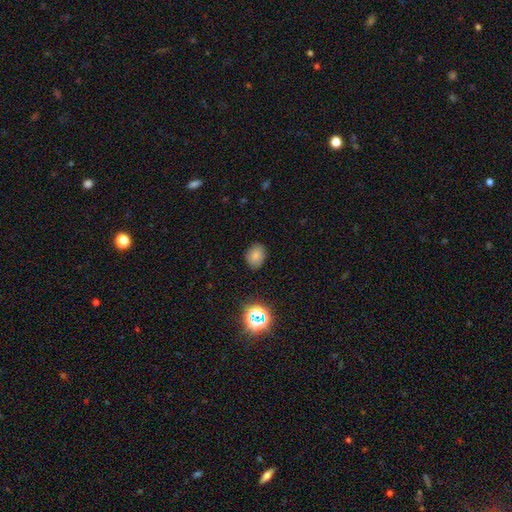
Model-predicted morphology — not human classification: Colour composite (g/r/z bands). It shows a smooth galaxy with no disk features (77%) that is in between round and cigar-shaped (55%). Merging: none (84%).